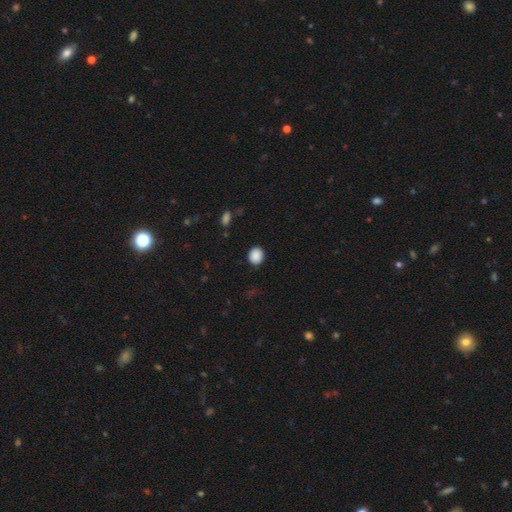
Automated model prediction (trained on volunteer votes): A smooth galaxy with no disk features (89%) that is round (82%).

Vote fractions:
- Smooth or featured? smooth: 89% / star or artifact: 8% / featured or disk: 3%
- How rounded? round: 82% / in between: 17% / cigar-shaped: 1%
- Merging? none: 90% / minor disturbance: 7% / major disturbance: 2% / merger: 1%